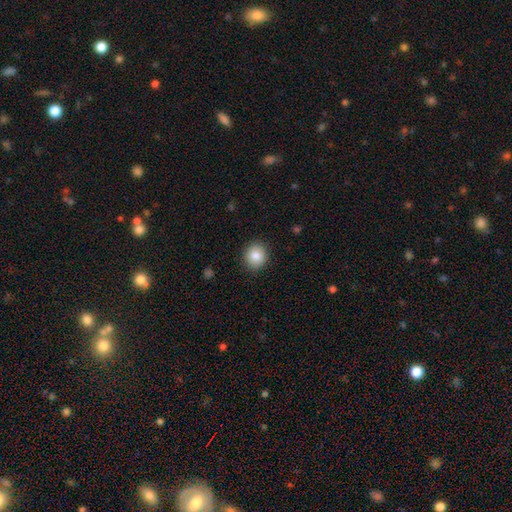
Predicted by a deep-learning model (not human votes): Q: Smooth or featured?
A: smooth (85%); runner-up: star or artifact (8%)
Q: How rounded?
A: round (79%); runner-up: in between (20%)
Q: Merging?
A: none (89%); runner-up: minor disturbance (8%)